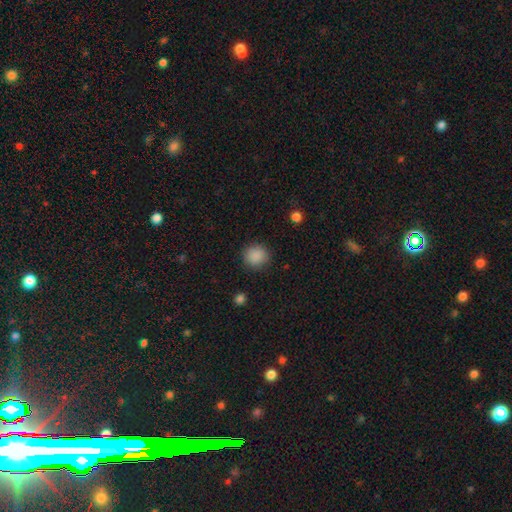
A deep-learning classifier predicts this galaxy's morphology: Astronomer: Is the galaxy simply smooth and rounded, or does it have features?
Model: smooth — 88%.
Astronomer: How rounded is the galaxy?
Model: round — 88%.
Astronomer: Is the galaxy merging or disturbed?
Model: none — 87%.